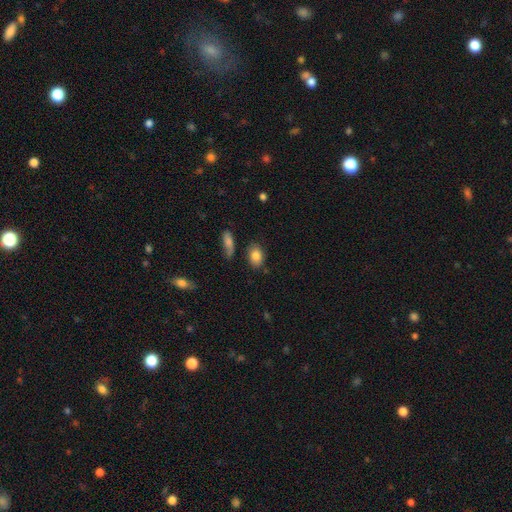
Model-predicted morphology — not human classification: smooth-or-featured: smooth: 84% | star or artifact: 8% | featured or disk: 8%
  how-rounded: in between: 79% | round: 19% | cigar-shaped: 2%
  merging: none: 79% | minor disturbance: 14% | merger: 4% | major disturbance: 3%